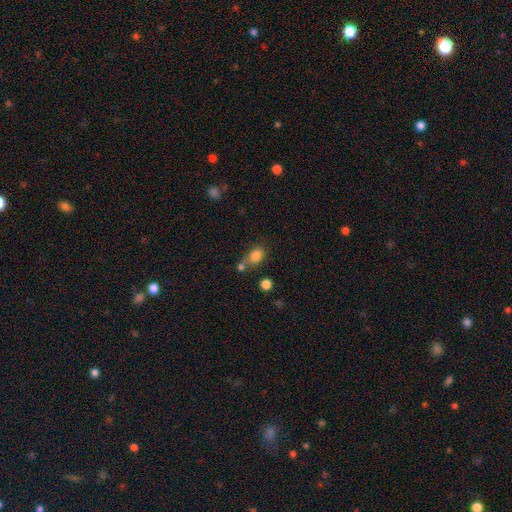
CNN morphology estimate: smooth-or-featured: smooth: 81% | star or artifact: 11% | featured or disk: 9%
  how-rounded: in between: 63% | round: 35% | cigar-shaped: 2%
  merging: none: 45% | merger: 32% | minor disturbance: 16% | major disturbance: 7%